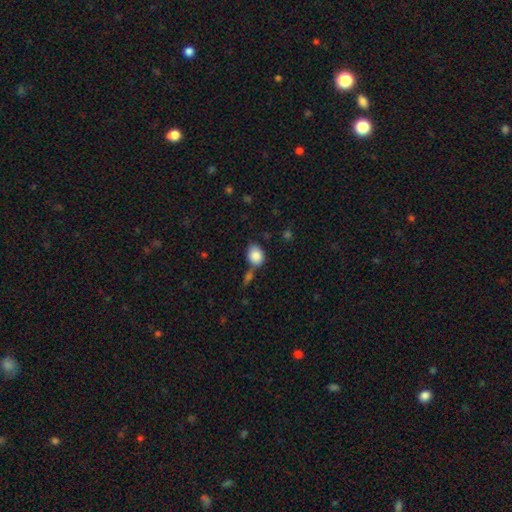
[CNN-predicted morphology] The model was most divided on "how rounded": in between: 61%, round: 38%, cigar-shaped: 1%. More confident: smooth or featured — smooth (86%); merging — none (55%).